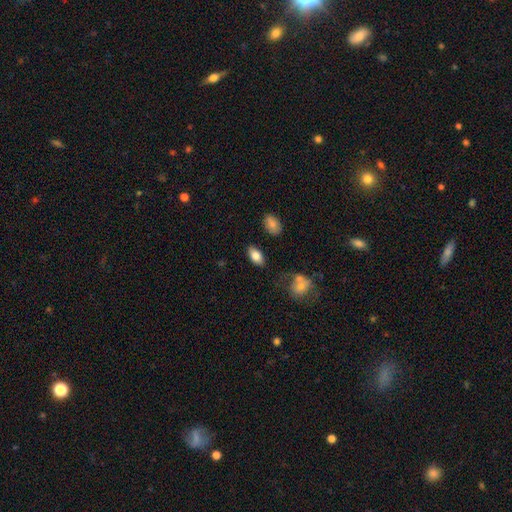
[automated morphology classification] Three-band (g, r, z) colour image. It shows a smooth galaxy with no disk features (80%) that is in between round and cigar-shaped (92%). Merging: none (82%).